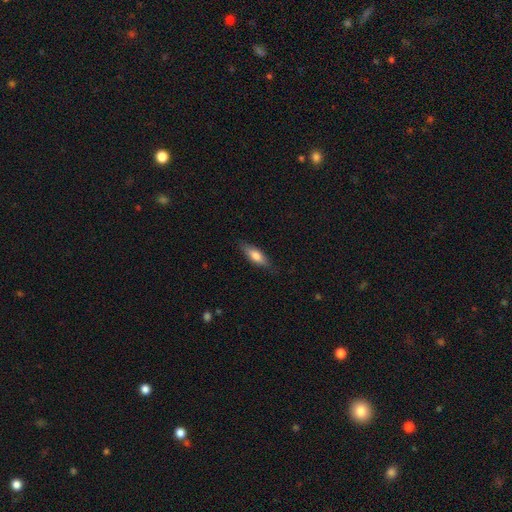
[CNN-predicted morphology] This appears to be a smooth galaxy with no disk features (70%) that is in between round and cigar-shaped (52%). Merging: none (82%).